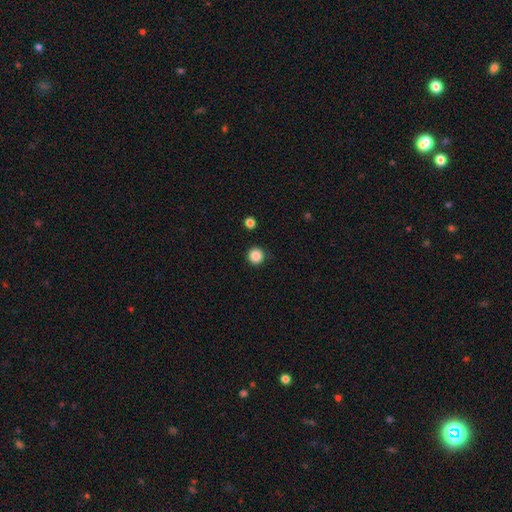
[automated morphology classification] Smooth or featured? smooth (86%)
How rounded? round (96%)
Merging? none (91%)